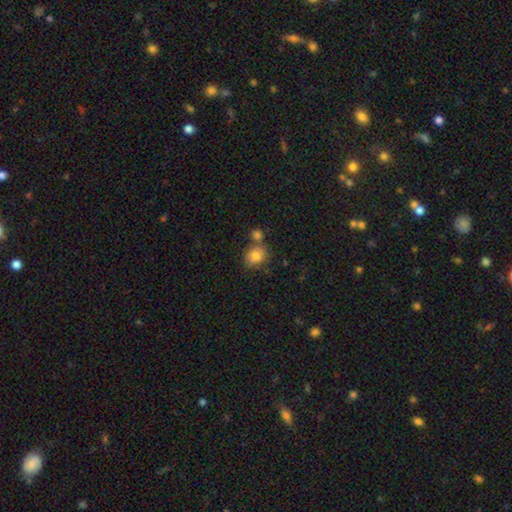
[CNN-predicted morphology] A smooth galaxy with no disk features (81%) that is round (65%). Merging: none (60%).